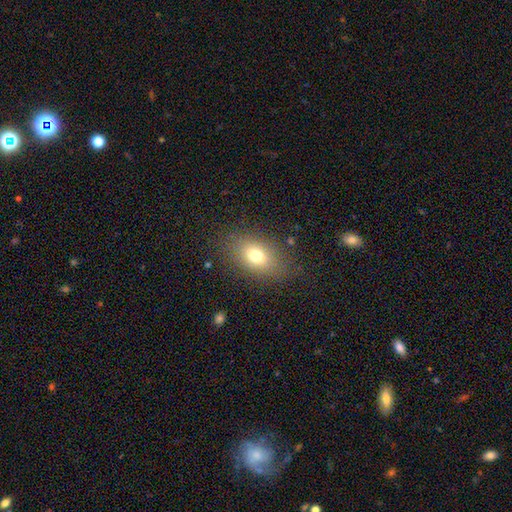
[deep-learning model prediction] A smooth galaxy with no disk features (73%) that is in between round and cigar-shaped (79%).

Vote fractions:
- Smooth or featured? smooth: 73% / featured or disk: 15% / star or artifact: 12%
- How rounded? in between: 79% / round: 19% / cigar-shaped: 2%
- Merging? none: 81% / minor disturbance: 12% / major disturbance: 6% / merger: 1%